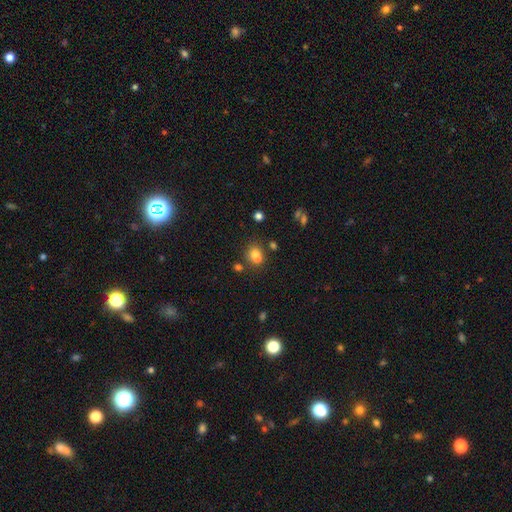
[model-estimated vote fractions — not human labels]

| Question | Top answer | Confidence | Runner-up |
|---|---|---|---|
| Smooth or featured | smooth | 77% | star or artifact (14%) |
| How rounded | in between | 55% | round (44%) |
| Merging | none | 55% | merger (24%) |